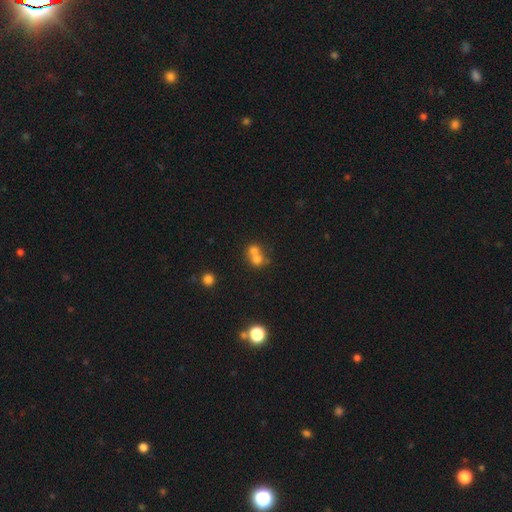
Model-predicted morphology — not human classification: This is likely a smooth galaxy (69%). How rounded: likely round (74%). Merging: likely merger (67%).